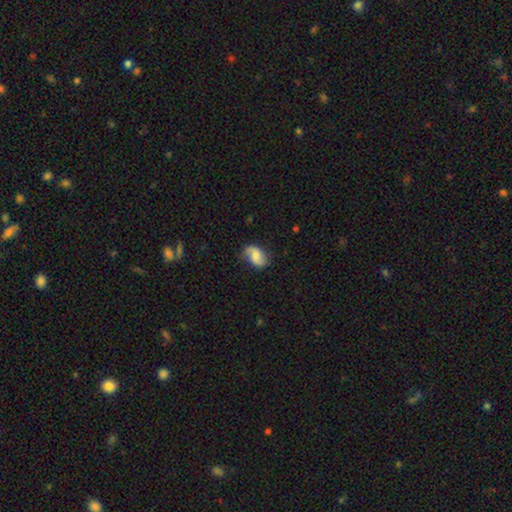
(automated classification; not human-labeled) The model was most divided on "smooth or featured": featured or disk: 51%, smooth: 41%, star or artifact: 8%. More confident: edge-on disk — no (97%); merging — none (62%).